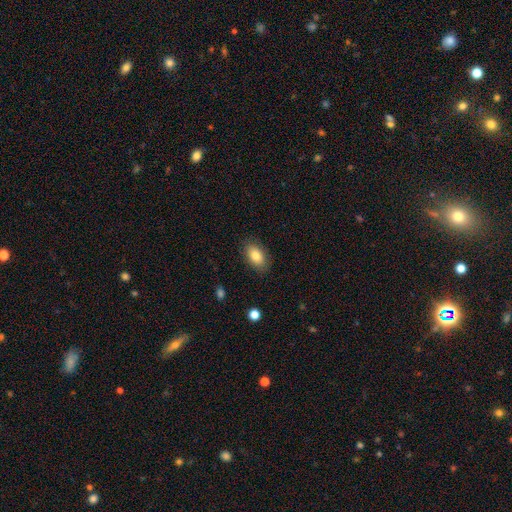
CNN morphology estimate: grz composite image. It shows a smooth galaxy with no disk features (83%) that is in between round and cigar-shaped (91%). Merging: none (86%).